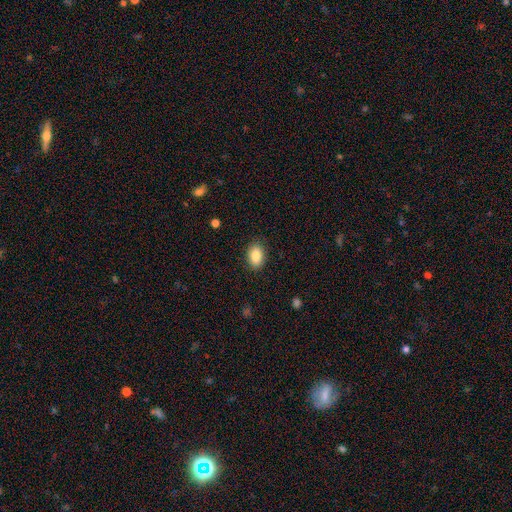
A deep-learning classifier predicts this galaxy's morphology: This appears to be a smooth galaxy with no disk features (87%) that is in between round and cigar-shaped (88%). Merging: none (88%).